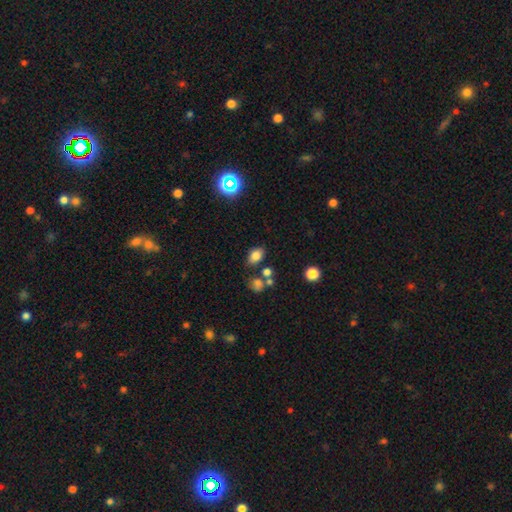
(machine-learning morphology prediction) smooth 79%, star or artifact 13%, featured or disk 8%. Down the decision tree: how rounded — in between (76%); merging — none (71%).